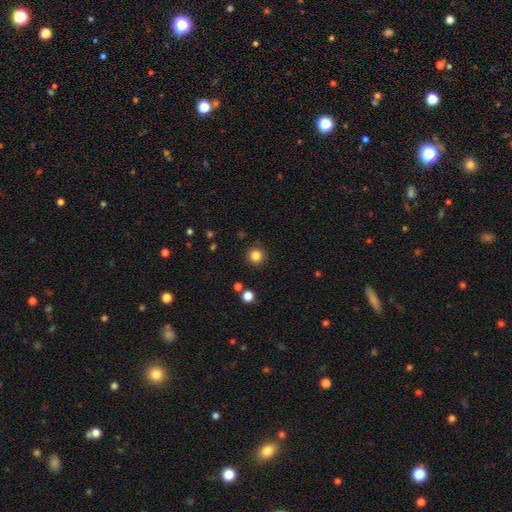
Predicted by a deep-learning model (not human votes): This is clearly a smooth galaxy (84%). How rounded: clearly round (94%). Merging: clearly none (88%).